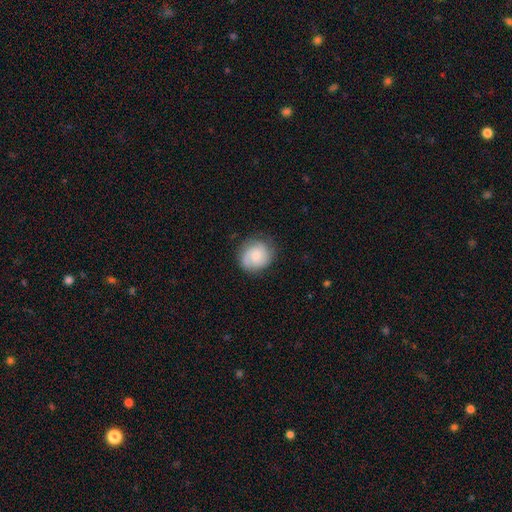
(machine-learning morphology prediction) A featured or disk galaxy (58%) with no bar (69%), 2 (43%) tight (50%) spiral arms (93%) and a small central bulge (52%).

Vote fractions:
- Smooth or featured? featured or disk: 58% / smooth: 35% / star or artifact: 7%
- Edge-on disk? no: 98% / yes: 2%
- Bar? no: 69% / weak: 27% / strong: 3%
- Spiral arms? yes: 93% / no: 7%
- Spiral winding? tight: 50% / medium: 37% / loose: 12%
- Spiral arm count? 2: 43% / can't tell: 20% / 3: 19% / 1: 11% / 4: 3% / more than 4: 3%
- Bulge size? small: 52% / moderate: 33% / none: 9% / large: 5% / dominant: 2%
- Merging? none: 80% / minor disturbance: 14% / major disturbance: 5% / merger: 1%